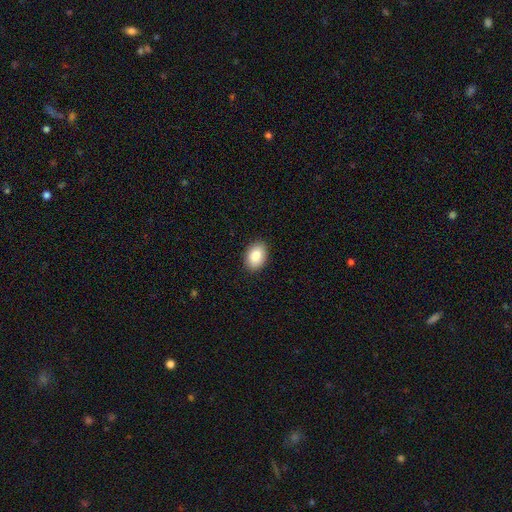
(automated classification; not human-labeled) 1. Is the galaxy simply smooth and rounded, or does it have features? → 86% smooth, 7% star or artifact, 7% featured or disk.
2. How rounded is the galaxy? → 84% in between, 15% round, 1% cigar-shaped.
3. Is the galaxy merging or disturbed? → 90% none, 8% minor disturbance, 2% major disturbance, 1% merger.